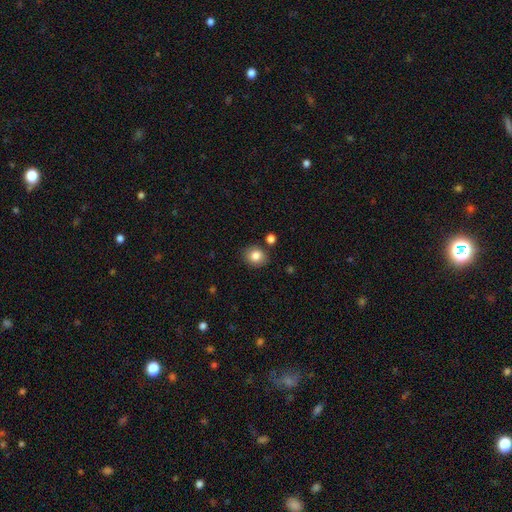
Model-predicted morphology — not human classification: This is clearly a smooth galaxy (84%). How rounded: likely round (71%). Merging: clearly none (83%).